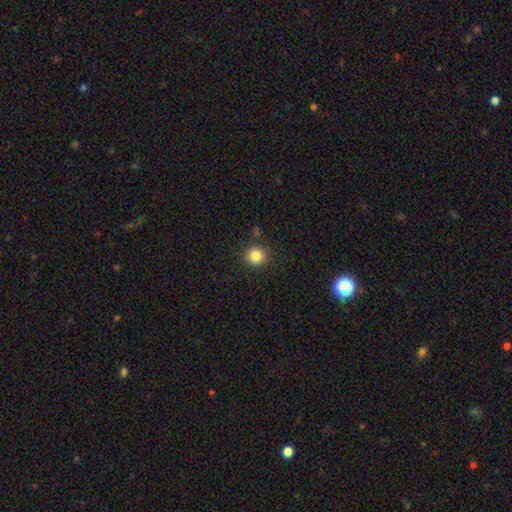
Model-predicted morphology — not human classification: A smooth galaxy with no disk features (84%) that is round (93%).

Vote fractions:
- Smooth or featured? smooth: 84% / star or artifact: 11% / featured or disk: 5%
- How rounded? round: 93% / in between: 7% / cigar-shaped: 1%
- Merging? none: 86% / minor disturbance: 8% / merger: 3% / major disturbance: 3%